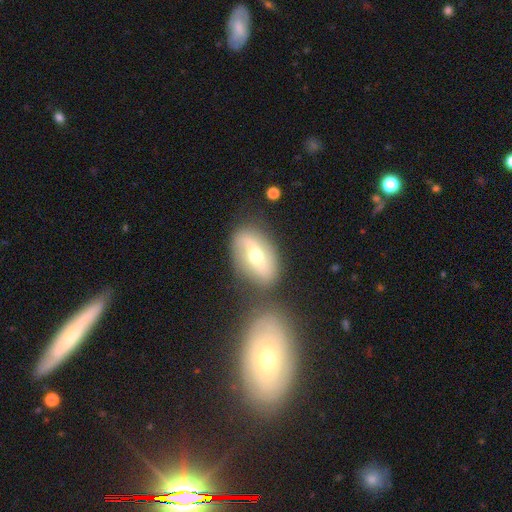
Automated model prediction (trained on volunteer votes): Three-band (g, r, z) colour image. It shows a featured or disk galaxy (58%). Merging: none (66%).